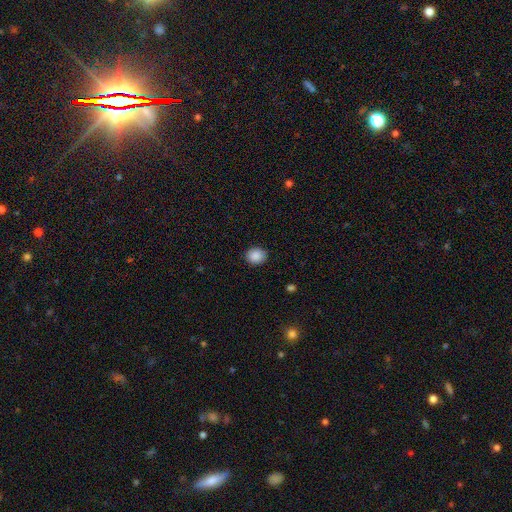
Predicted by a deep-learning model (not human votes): Overall: smooth (88%). How rounded: round (64%; in between 35%). Merging: none (88%).